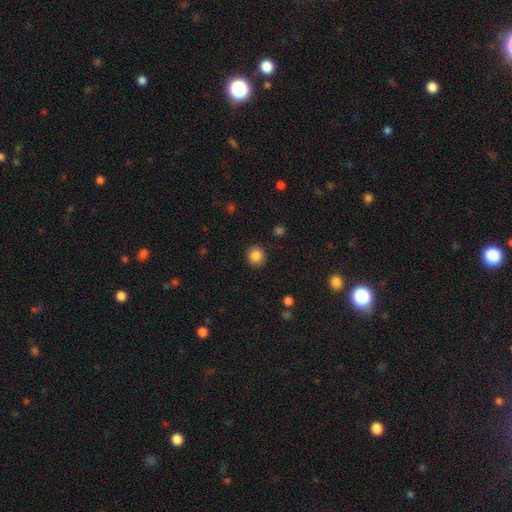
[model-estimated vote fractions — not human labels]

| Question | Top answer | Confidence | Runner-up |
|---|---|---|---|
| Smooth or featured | smooth | 85% | star or artifact (10%) |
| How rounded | round | 88% | in between (11%) |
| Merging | none | 90% | minor disturbance (7%) |